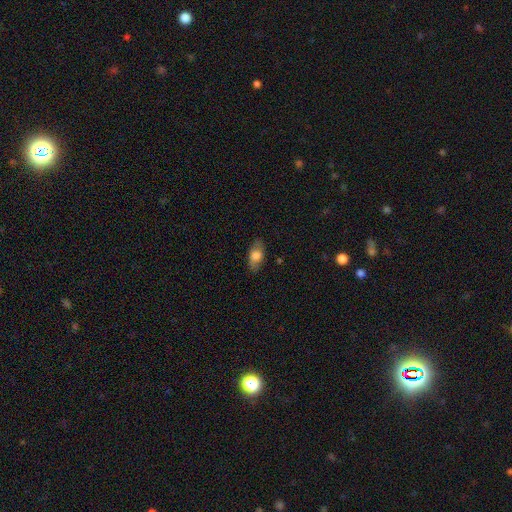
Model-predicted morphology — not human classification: smooth-or-featured: smooth: 69% | featured or disk: 24% | star or artifact: 7%
  how-rounded: in between: 87% | cigar-shaped: 7% | round: 6%
  merging: none: 81% | minor disturbance: 14% | major disturbance: 4% | merger: 1%